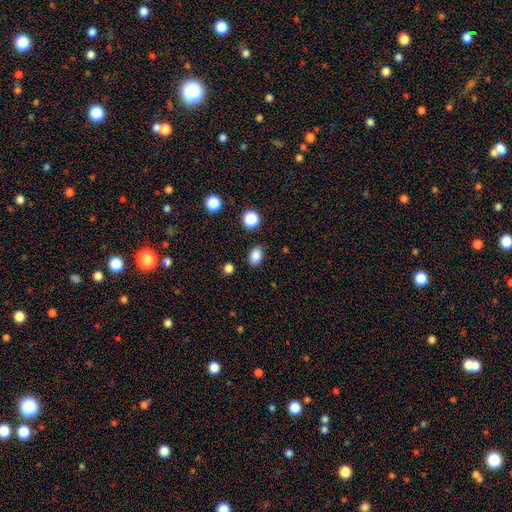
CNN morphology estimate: smooth 85%, star or artifact 11%, featured or disk 4%. Down the decision tree: how rounded — in between (79%); merging — none (83%).